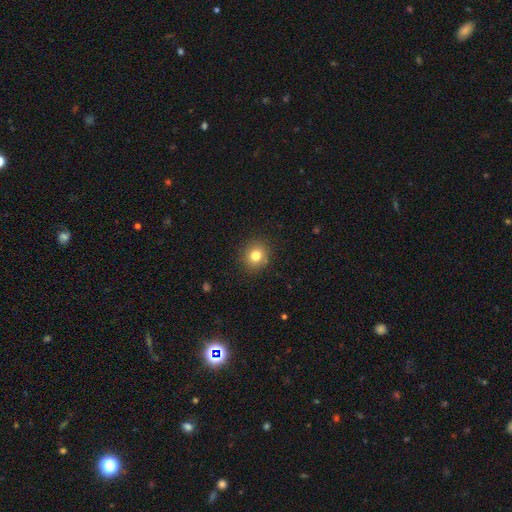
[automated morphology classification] smooth_or_featured: smooth (p=0.80) [alt: star or artifact p=0.12]
how_rounded: round (p=0.84) [alt: in between p=0.16]
merging: none (p=0.88) [alt: minor disturbance p=0.08]